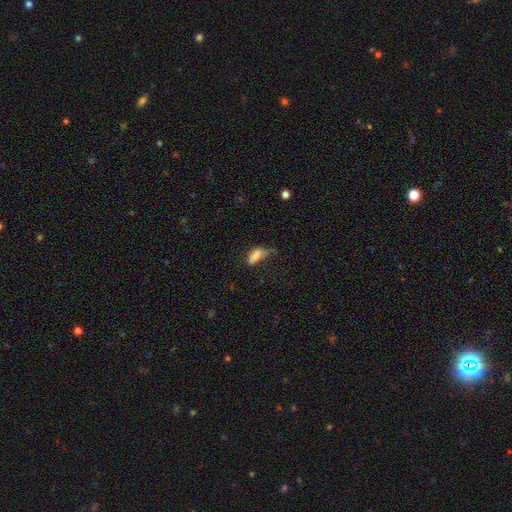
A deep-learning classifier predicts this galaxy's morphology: smooth 74%, featured or disk 15%, star or artifact 11%. Down the decision tree: how rounded — in between (75%); merging — major disturbance (34%).